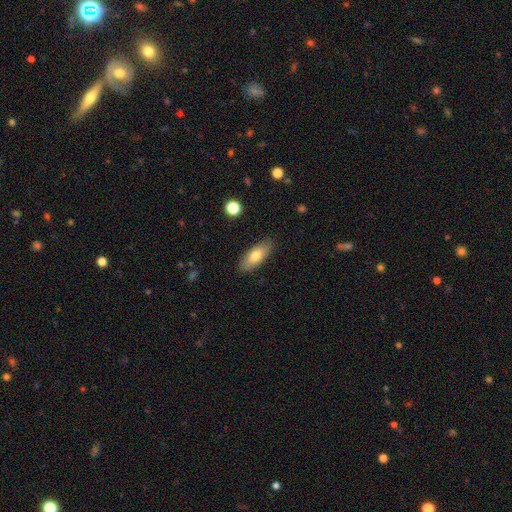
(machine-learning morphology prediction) This appears to be a smooth galaxy with no disk features (73%) that is in between round and cigar-shaped (76%). Merging: none (86%).